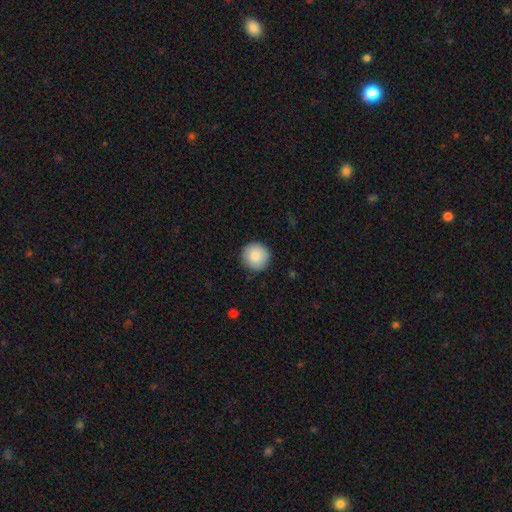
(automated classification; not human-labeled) A smooth galaxy with no disk features (86%) that is round (96%). Merging: none (90%).